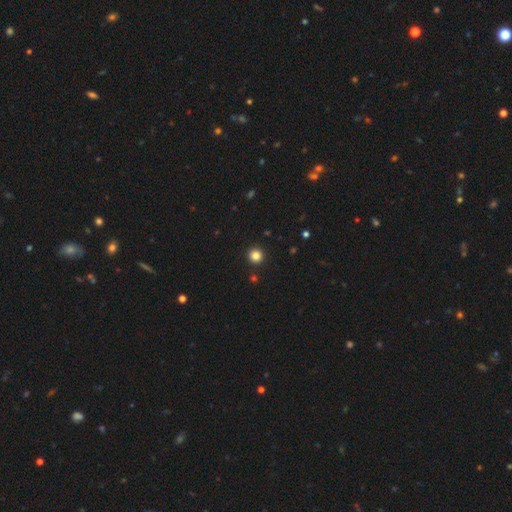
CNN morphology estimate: This is clearly a smooth galaxy (84%). How rounded: clearly round (95%). Merging: clearly none (93%).